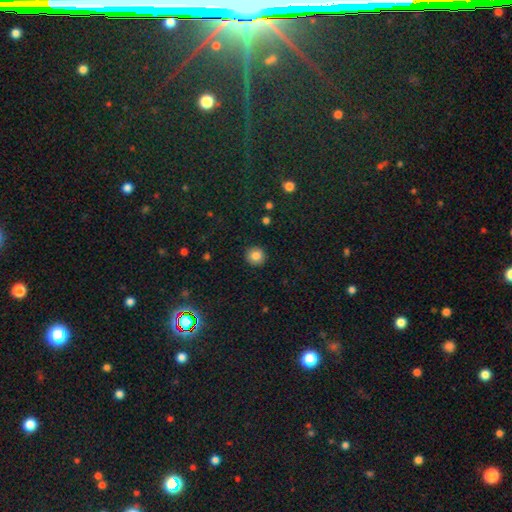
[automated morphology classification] smooth 84%, star or artifact 10%, featured or disk 5%. Down the decision tree: how rounded — round (94%); merging — none (92%).